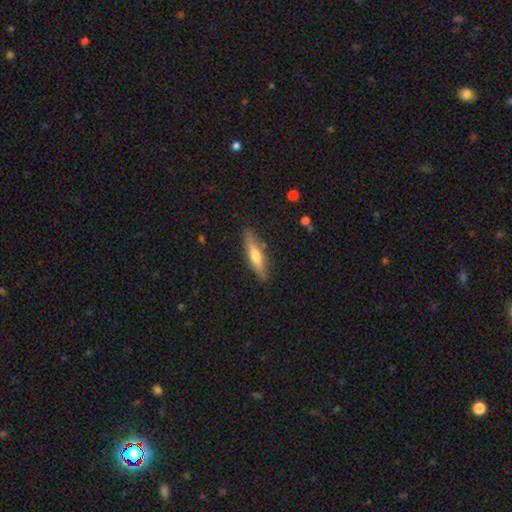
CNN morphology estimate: Smooth or featured? featured or disk (47%, tied with smooth)
Merging? none (85%)